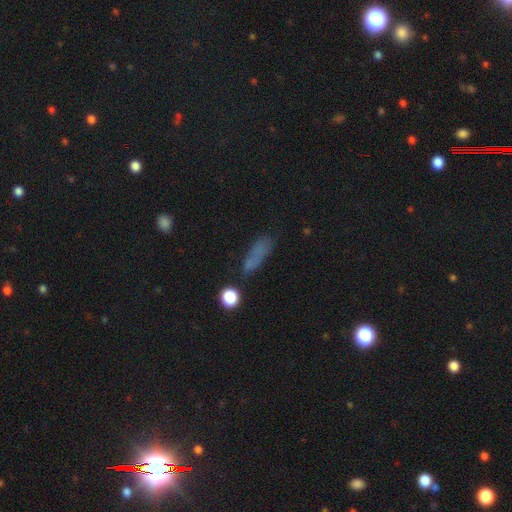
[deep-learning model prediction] smooth 63%, star or artifact 22%, featured or disk 14%. Down the decision tree: how rounded — cigar-shaped (52%); merging — none (63%).